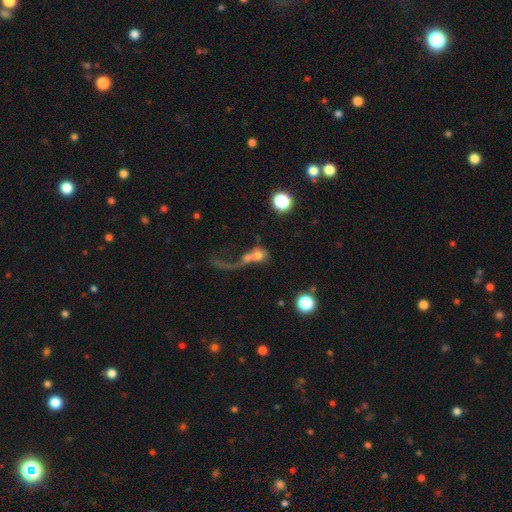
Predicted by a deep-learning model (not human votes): Overall: smooth (50%; featured or disk 35%). How rounded: round (51%; in between 42%). Merging: merger (54%; major disturbance 26%).